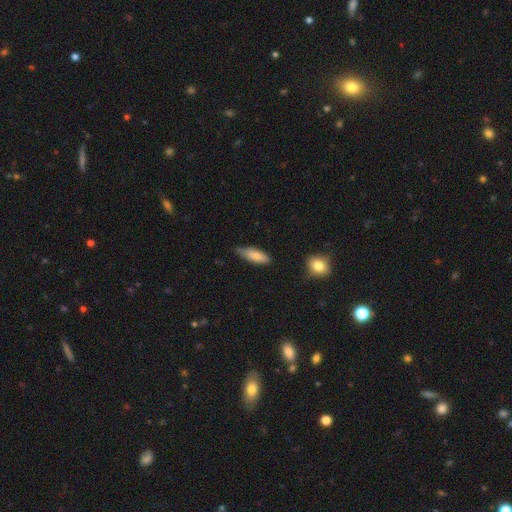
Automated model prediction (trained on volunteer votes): smooth-or-featured: smooth: 81% | featured or disk: 13% | star or artifact: 6%
  how-rounded: in between: 60% | cigar-shaped: 38% | round: 2%
  merging: none: 67% | minor disturbance: 27% | major disturbance: 4% | merger: 2%